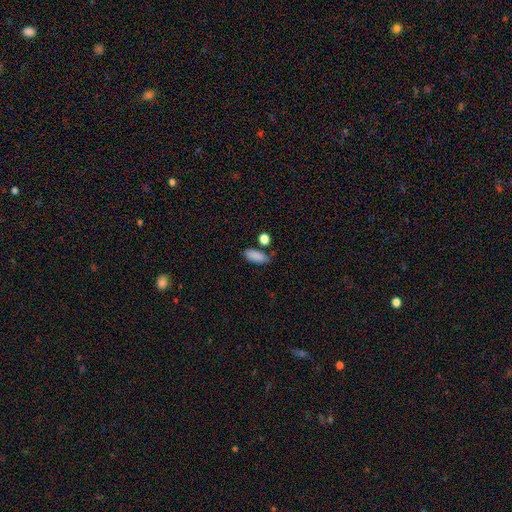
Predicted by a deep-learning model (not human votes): Smooth or featured?
  - smooth: 86% *
  - star or artifact: 8%
  - featured or disk: 5%
How rounded?
  - in between: 81% *
  - cigar-shaped: 15%
  - round: 4%
Merging?
  - none: 69% *
  - minor disturbance: 17%
  - merger: 9%
  - major disturbance: 5%